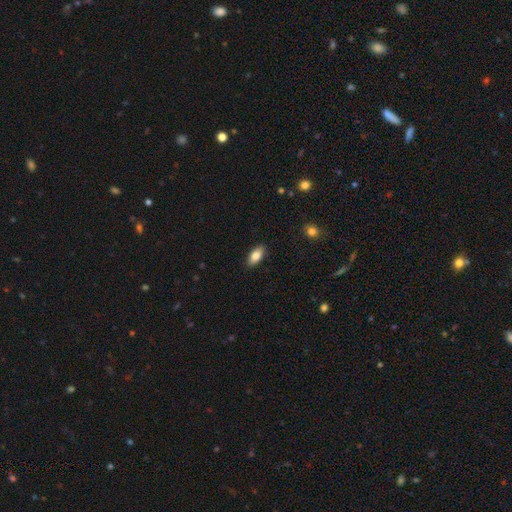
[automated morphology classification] Smooth or featured: smooth — 84% (featured or disk — 10%)
How rounded: in between — 89% (cigar-shaped — 8%)
Merging: none — 89% (minor disturbance — 9%)